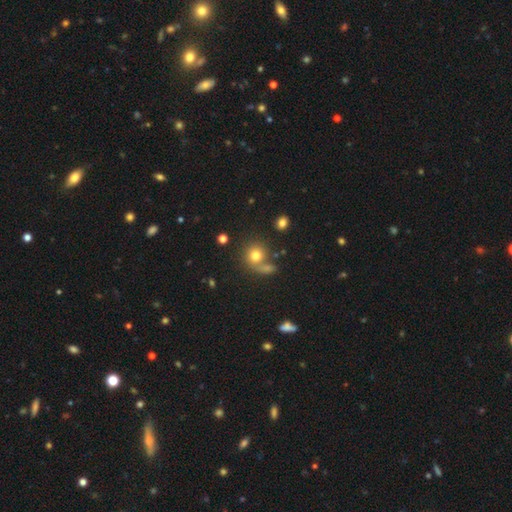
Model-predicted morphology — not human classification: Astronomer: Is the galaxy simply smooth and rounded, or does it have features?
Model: smooth — 75%.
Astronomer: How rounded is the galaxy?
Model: round — 84%.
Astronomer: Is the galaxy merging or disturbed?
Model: none — 53%.